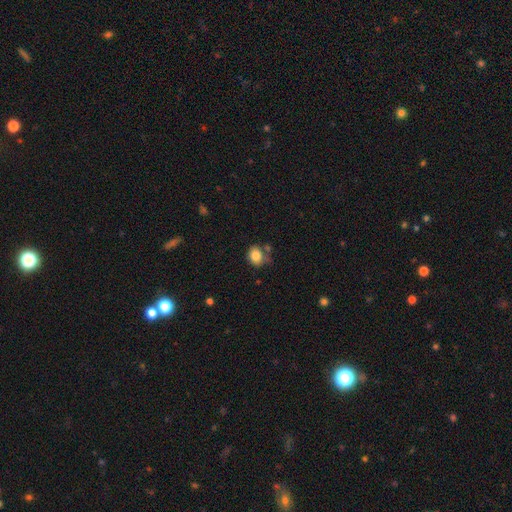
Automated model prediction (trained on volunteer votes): Smooth or featured?
  - smooth: 83% *
  - star or artifact: 9%
  - featured or disk: 8%
How rounded?
  - round: 51% *
  - in between: 48%
  - cigar-shaped: 1%
Merging?
  - none: 60% *
  - minor disturbance: 23%
  - merger: 11%
  - major disturbance: 6%